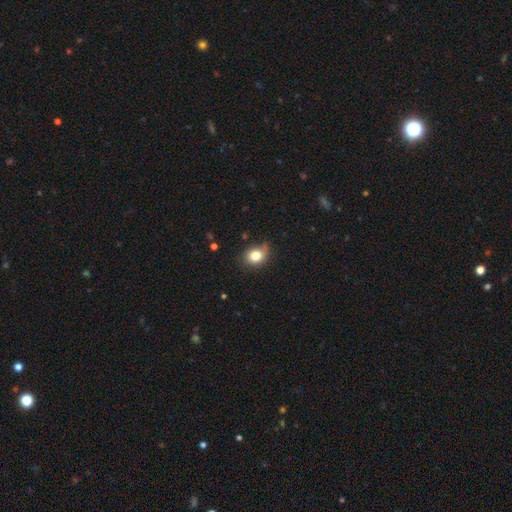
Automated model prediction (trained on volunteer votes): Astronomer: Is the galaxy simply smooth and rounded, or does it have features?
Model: smooth — 80%.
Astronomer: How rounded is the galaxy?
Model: round — 53% (runner-up: in between, 46%).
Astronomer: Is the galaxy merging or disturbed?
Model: none — 64%.